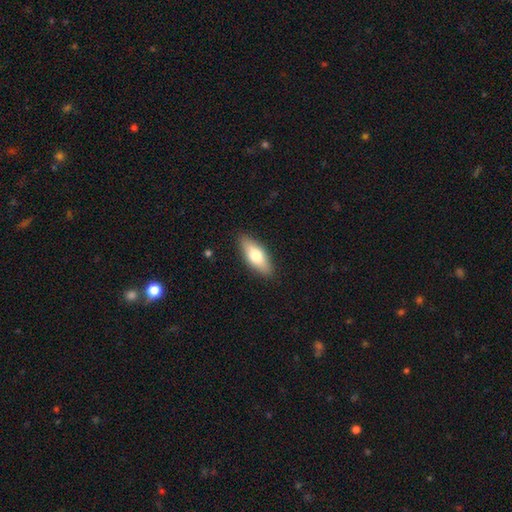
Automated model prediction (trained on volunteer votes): This appears to be a smooth galaxy with no disk features (68%) that is in between round and cigar-shaped (72%). Merging: none (88%).